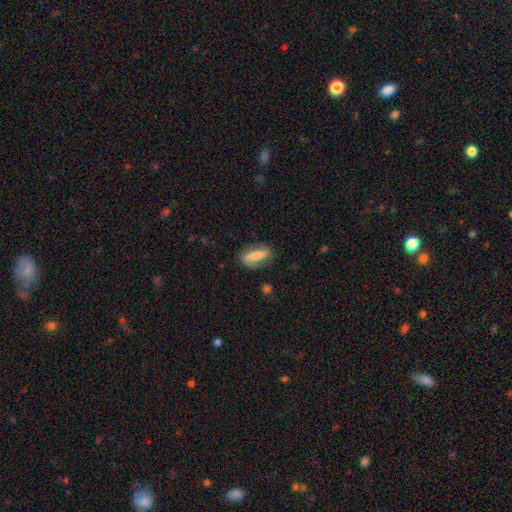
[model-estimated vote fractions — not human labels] Smooth or featured? Predicted: smooth (p=0.63). How rounded? Predicted: in between (p=0.64). Merging? Predicted: none (p=0.73).